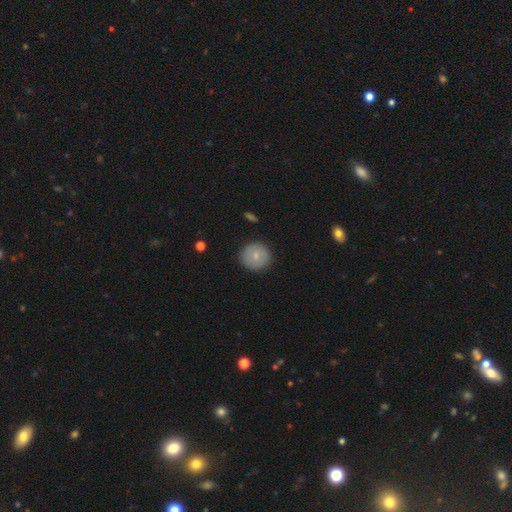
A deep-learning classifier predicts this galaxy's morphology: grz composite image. It shows a smooth galaxy with no disk features (72%) that is round (93%). Merging: none (88%).